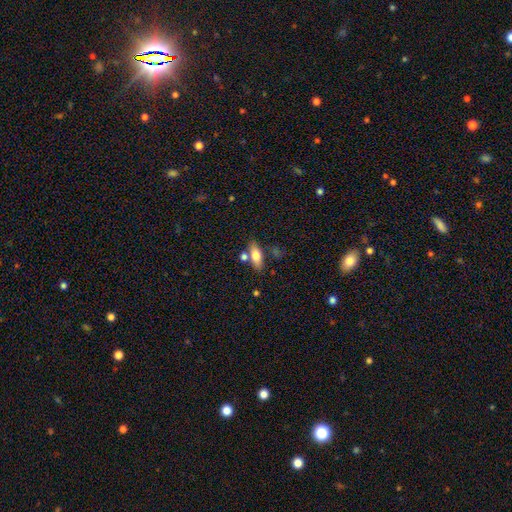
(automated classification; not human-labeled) Smooth or featured: smooth — 71% (featured or disk — 22%)
How rounded: in between — 73% (cigar-shaped — 22%)
Merging: none — 67% (merger — 16%)